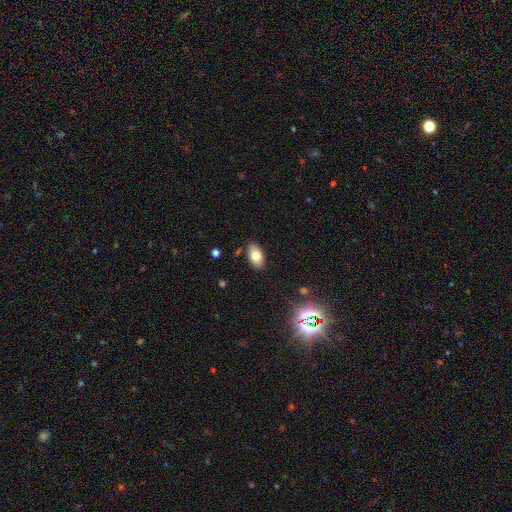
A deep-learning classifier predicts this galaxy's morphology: This appears to be a smooth galaxy with no disk features (78%) that is in between round and cigar-shaped (93%). Merging: none (85%).